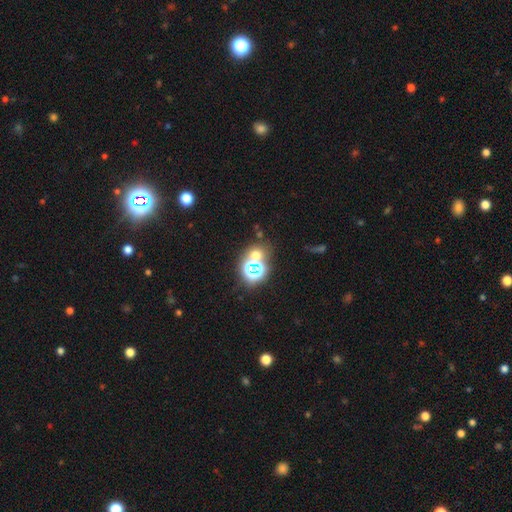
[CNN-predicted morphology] This is possibly a star or artifact rather than a galaxy (46%).